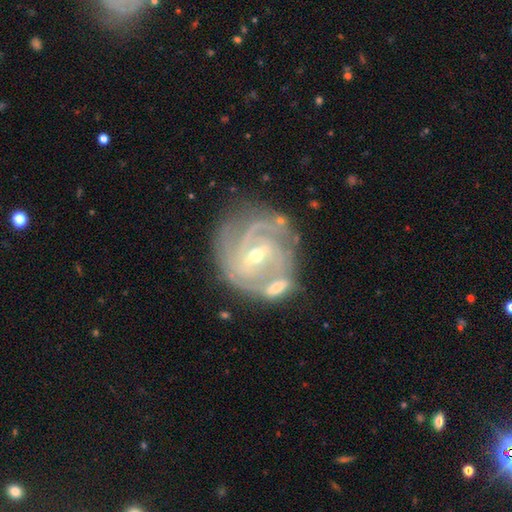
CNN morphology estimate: Smooth or featured? Predicted: featured or disk (p=0.88). Edge-on disk? Predicted: no (p=0.97). Bar? Predicted: weak (p=0.51). Spiral arms? Predicted: yes (p=0.96). Spiral winding? Predicted: tight (p=0.64). Spiral arm count? Predicted: 3 (p=0.28). Bulge size? Predicted: small (p=0.54). Merging? Predicted: none (p=0.49).